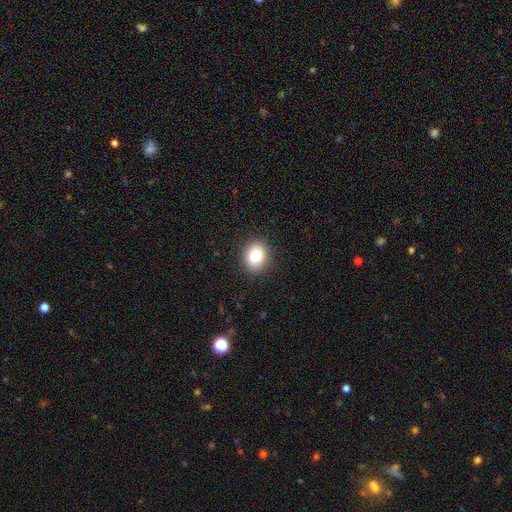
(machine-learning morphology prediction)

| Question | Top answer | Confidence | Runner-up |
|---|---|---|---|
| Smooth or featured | smooth | 82% | star or artifact (10%) |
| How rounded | round | 56% | in between (43%) |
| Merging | none | 90% | minor disturbance (7%) |